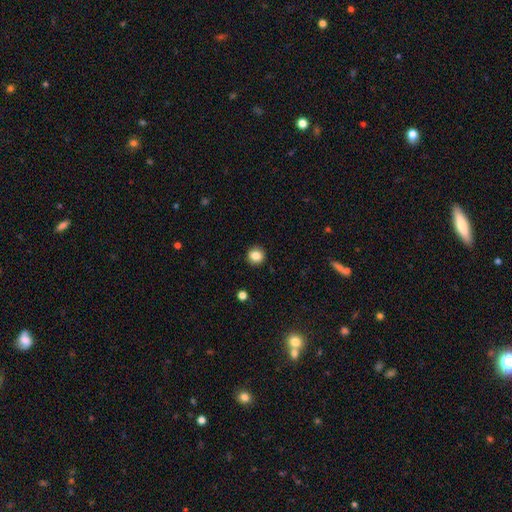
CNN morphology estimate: A smooth galaxy with no disk features (84%) that is round (91%). Merging: none (92%).